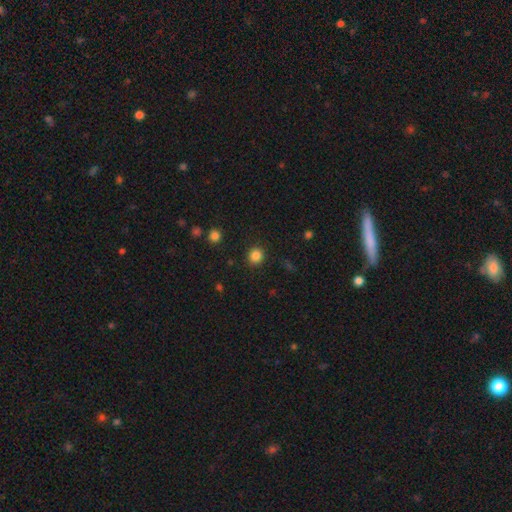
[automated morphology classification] A smooth galaxy with no disk features (85%) that is round (91%).

Vote fractions:
- Smooth or featured? smooth: 85% / star or artifact: 12% / featured or disk: 4%
- How rounded? round: 91% / in between: 8% / cigar-shaped: 1%
- Merging? none: 91% / minor disturbance: 6% / major disturbance: 2% / merger: 1%